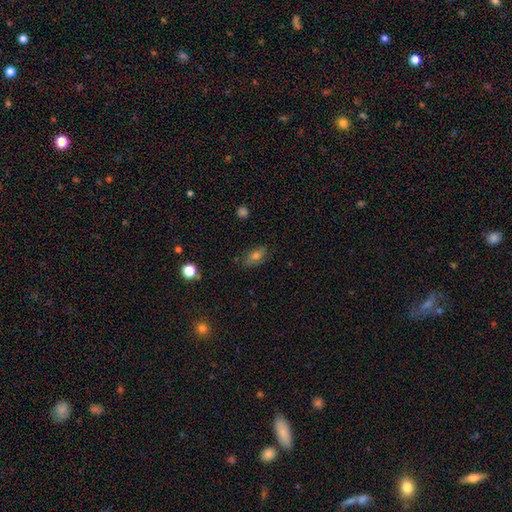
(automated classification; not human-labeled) Smooth or featured: smooth — 58% (featured or disk — 23%)
How rounded: in between — 78% (round — 12%)
Merging: none — 79% (minor disturbance — 15%)